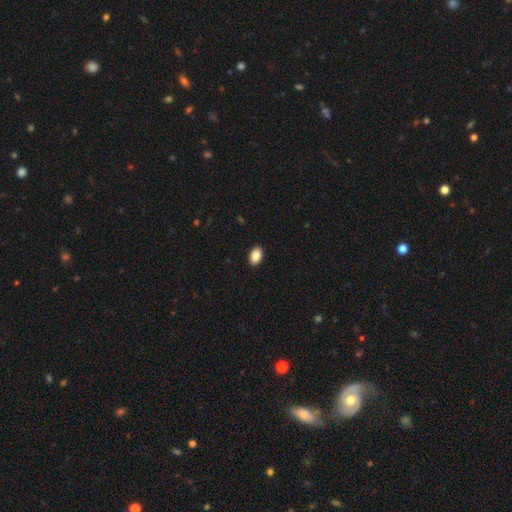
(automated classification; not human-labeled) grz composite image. It shows a smooth galaxy with no disk features (88%) that is in between round and cigar-shaped (88%). Merging: none (91%).